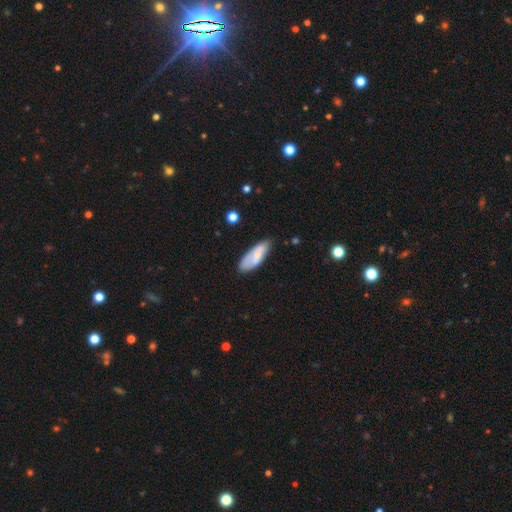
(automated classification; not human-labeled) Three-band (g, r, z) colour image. It shows a smooth galaxy with no disk features (67%) that is in between round and cigar-shaped (71%). Merging: none (65%).